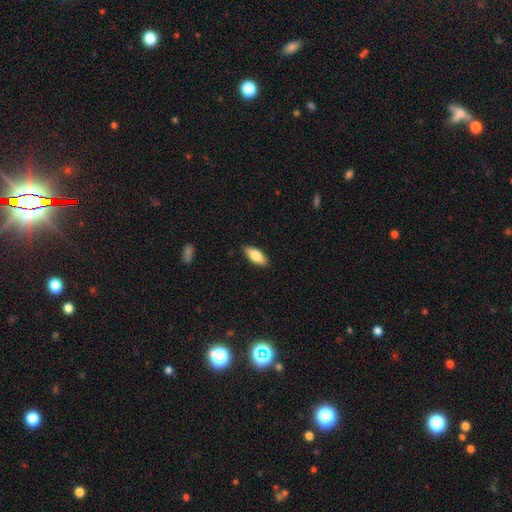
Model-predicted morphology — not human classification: smooth-or-featured: smooth: 77% | featured or disk: 17% | star or artifact: 6%
  how-rounded: in between: 79% | cigar-shaped: 19% | round: 2%
  merging: none: 87% | minor disturbance: 10% | major disturbance: 2% | merger: 1%